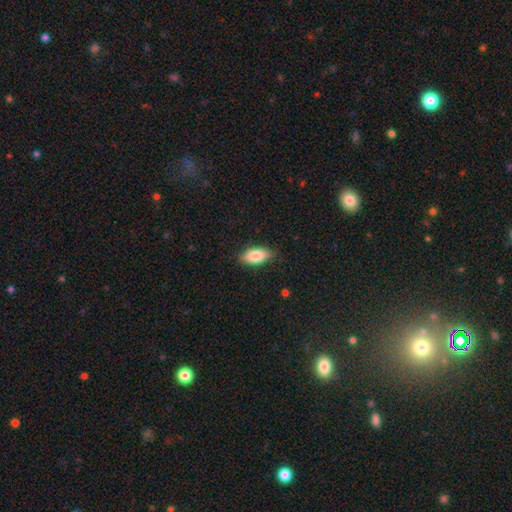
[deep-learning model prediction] A smooth galaxy with no disk features (85%) that is in between round and cigar-shaped (90%). Merging: none (84%).